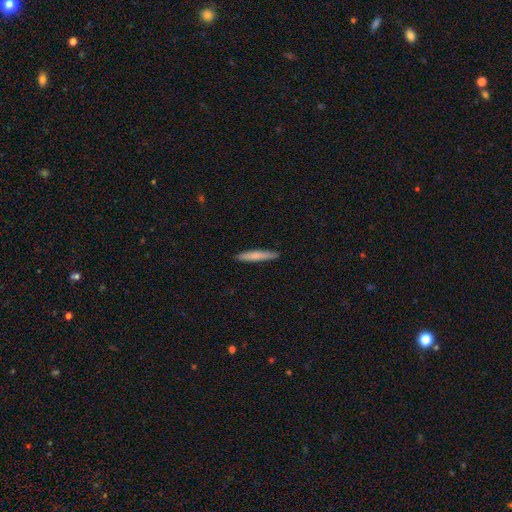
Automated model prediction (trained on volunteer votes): This is likely a smooth galaxy (73%). How rounded: clearly cigar-shaped (93%). Merging: clearly none (90%).